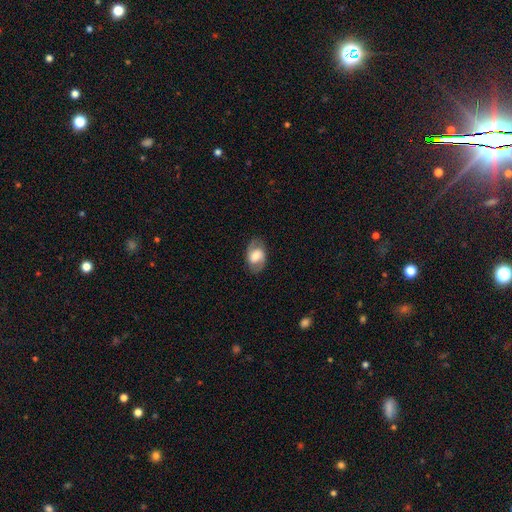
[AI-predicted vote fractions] Smooth or featured? featured or disk (58%)
Edge-on disk? no (96%)
Bar? weak (46%)
Spiral arms? yes (82%)
Bulge size? moderate (52%)
Merging? none (81%)